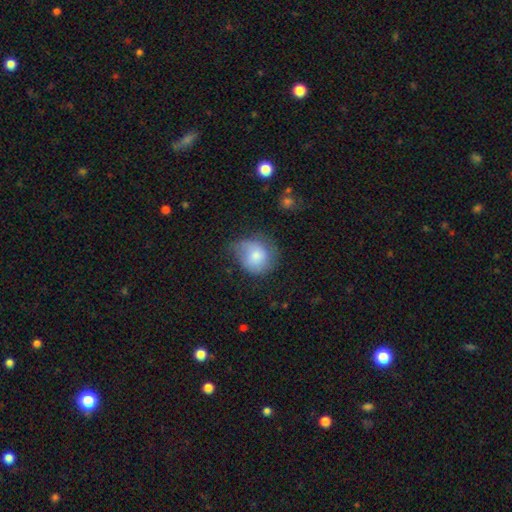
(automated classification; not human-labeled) smooth-or-featured: smooth: 71% | featured or disk: 21% | star or artifact: 8%
  how-rounded: round: 66% | in between: 33% | cigar-shaped: 1%
  merging: none: 40% | minor disturbance: 39% | major disturbance: 19% | merger: 3%